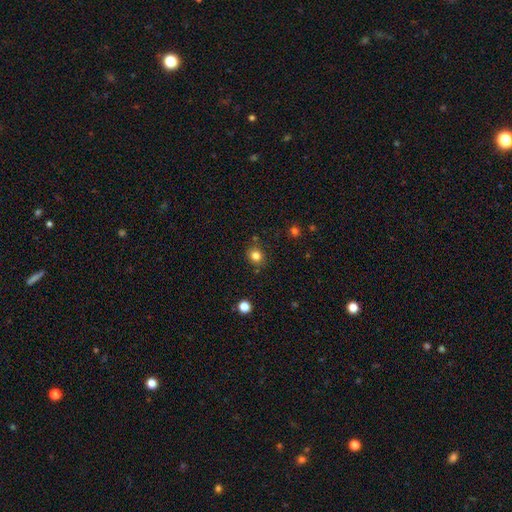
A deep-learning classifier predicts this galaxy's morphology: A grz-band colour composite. It shows a smooth galaxy with no disk features (82%) that is round (79%). Merging: none (83%).